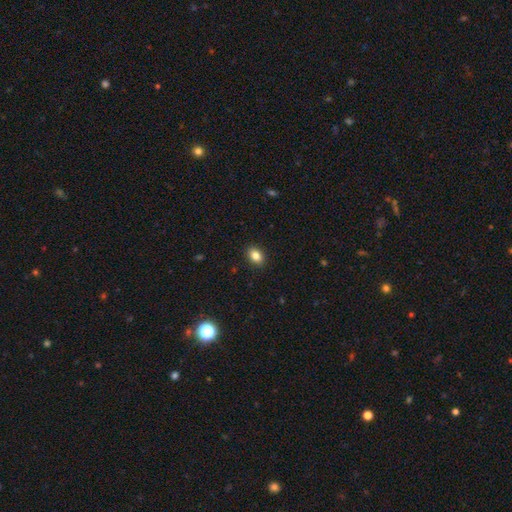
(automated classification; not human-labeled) smooth 84%, star or artifact 10%, featured or disk 6%. Down the decision tree: how rounded — in between (77%); merging — none (90%).